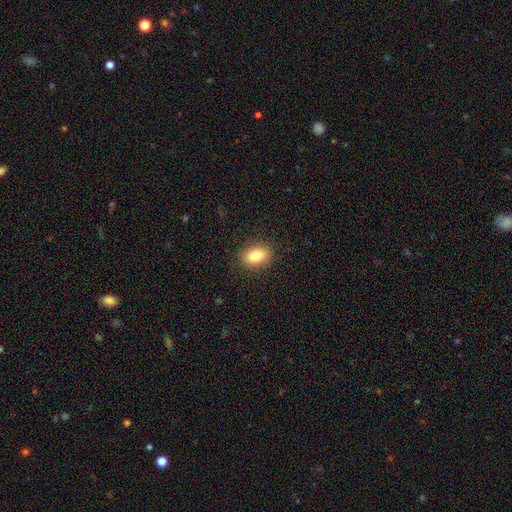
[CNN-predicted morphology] type=smooth (83%); roundness=in between (83%); merging=none (88%).